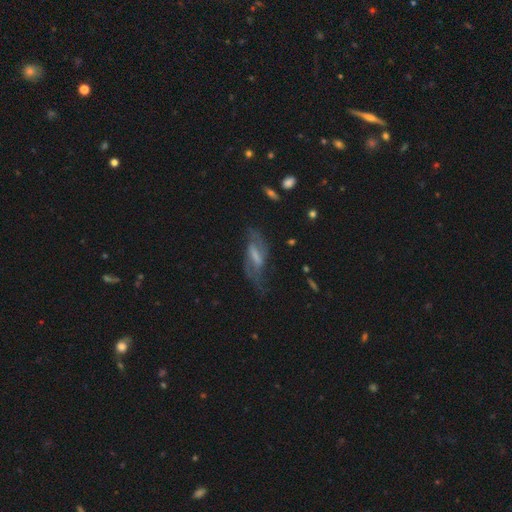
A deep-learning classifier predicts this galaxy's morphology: Smooth or featured? Predicted: featured or disk (p=0.74). Edge-on disk? Predicted: no (p=0.88). Bar? Predicted: strong (p=0.44). Spiral arms? Predicted: yes (p=0.87). Spiral winding? Predicted: medium (p=0.44). Spiral arm count? Predicted: 2 (p=0.81). Bulge size? Predicted: none (p=0.35). Merging? Predicted: none (p=0.61).